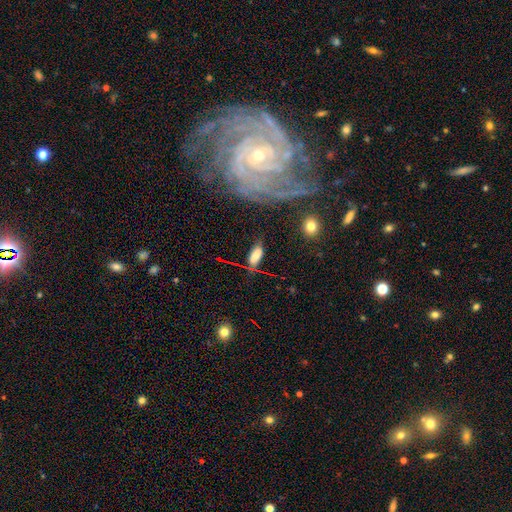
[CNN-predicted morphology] The model was most divided on "merging": none: 56%, minor disturbance: 26%, major disturbance: 12%, merger: 6%. More confident: how rounded — in between (73%); smooth or featured — smooth (70%).